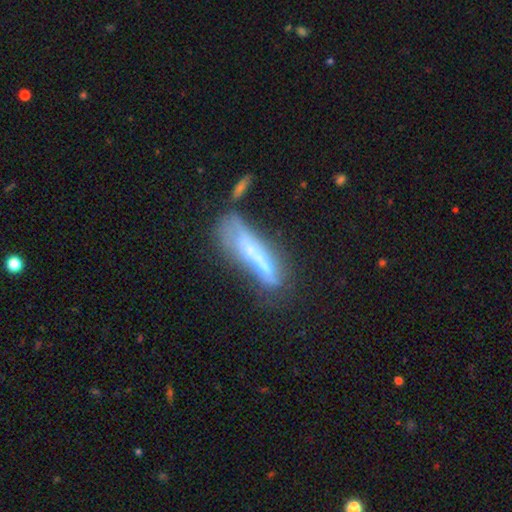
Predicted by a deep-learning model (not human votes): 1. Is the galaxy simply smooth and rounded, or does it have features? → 48% featured or disk, 42% smooth, 10% star or artifact.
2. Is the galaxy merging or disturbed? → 31% none, 27% merger, 21% major disturbance, 21% minor disturbance.